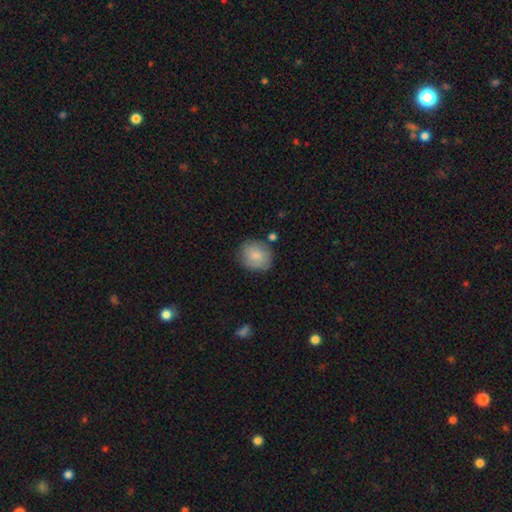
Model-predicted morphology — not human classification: type=smooth (83%); roundness=round (70%); merging=none (75%).